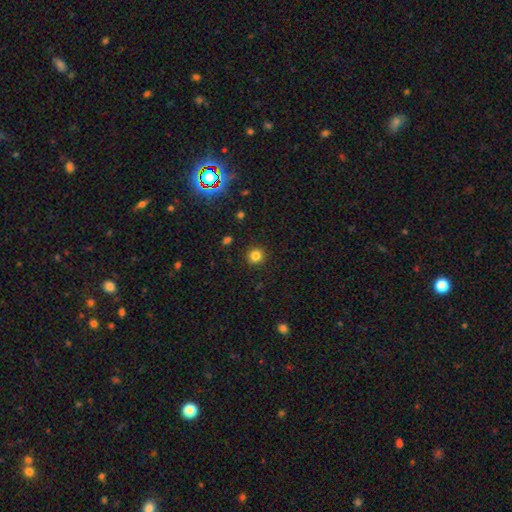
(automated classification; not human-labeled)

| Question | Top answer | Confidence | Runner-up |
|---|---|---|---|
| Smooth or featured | smooth | 82% | star or artifact (13%) |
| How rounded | round | 92% | in between (7%) |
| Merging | none | 91% | minor disturbance (6%) |